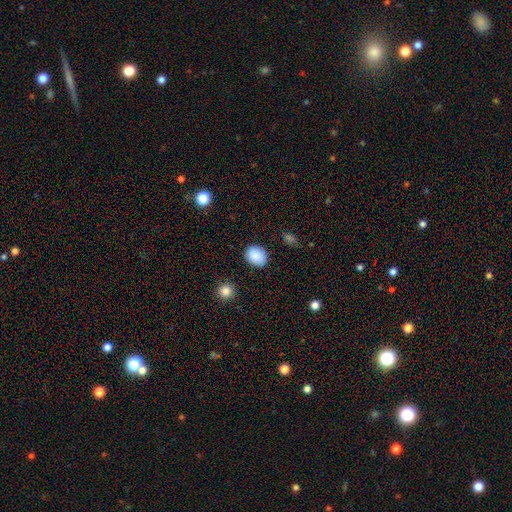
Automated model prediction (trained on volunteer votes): A smooth galaxy with no disk features (88%) that is round (53%).

Vote fractions:
- Smooth or featured? smooth: 88% / star or artifact: 8% / featured or disk: 4%
- How rounded? round: 53% / in between: 46% / cigar-shaped: 1%
- Merging? none: 86% / minor disturbance: 10% / major disturbance: 2% / merger: 1%